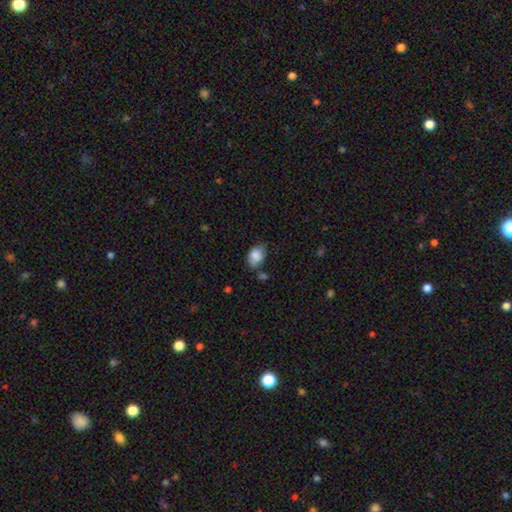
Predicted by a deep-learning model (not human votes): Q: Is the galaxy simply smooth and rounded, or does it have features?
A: smooth — 85%.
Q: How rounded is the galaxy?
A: in between — 78%.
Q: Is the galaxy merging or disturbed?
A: none — 58%.